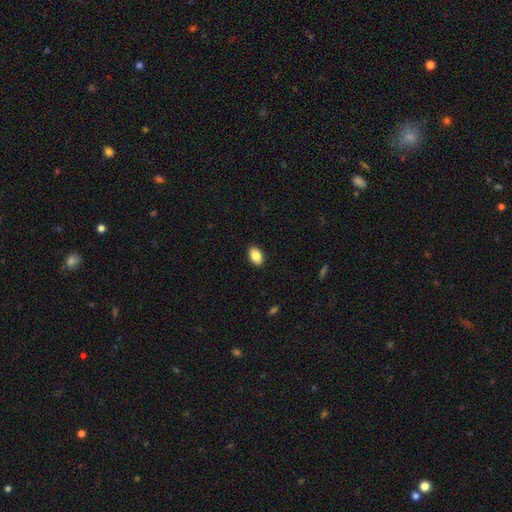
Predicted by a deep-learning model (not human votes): Smooth or featured? Predicted: smooth (p=0.86). How rounded? Predicted: in between (p=0.88). Merging? Predicted: none (p=0.90).